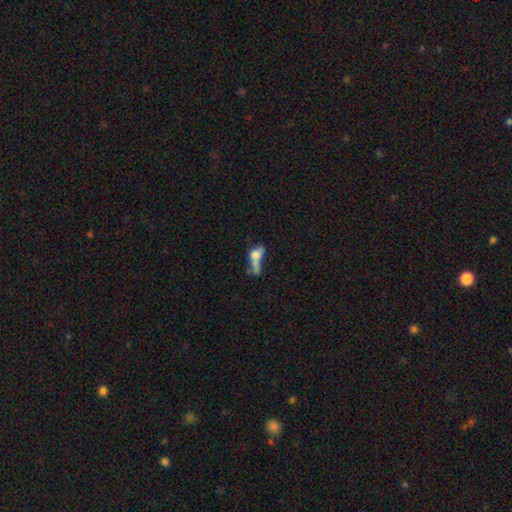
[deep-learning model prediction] Overall: smooth (57%; featured or disk 30%). How rounded: in between (65%). Merging: merger (46%; major disturbance 25%).